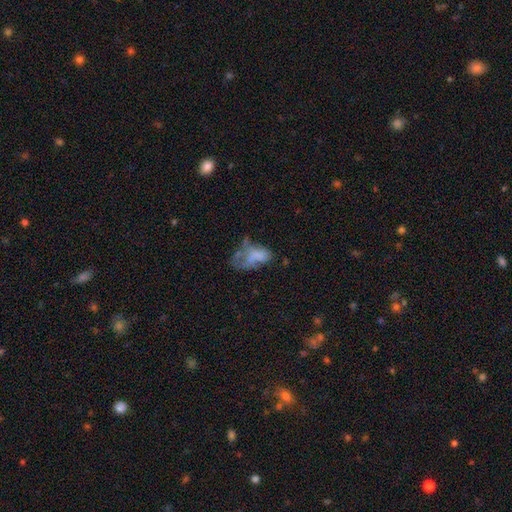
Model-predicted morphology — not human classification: This is possibly a smooth galaxy (50%). How rounded: clearly in between (88%). Merging: marginally major disturbance (44%).